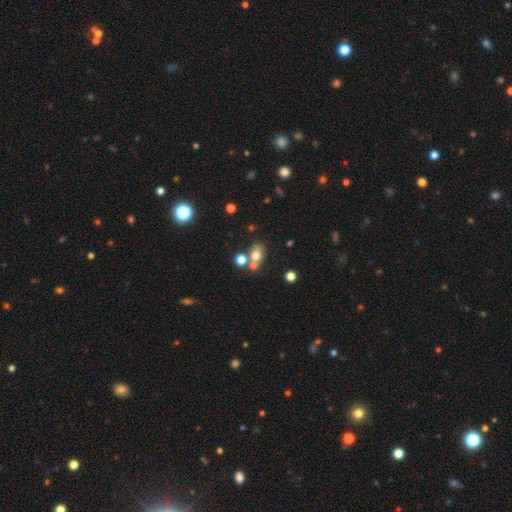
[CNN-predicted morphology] smooth-or-featured: smooth: 67% | featured or disk: 18% | star or artifact: 16%
  how-rounded: in between: 59% | round: 39% | cigar-shaped: 2%
  merging: none: 48% | merger: 35% | minor disturbance: 11% | major disturbance: 5%